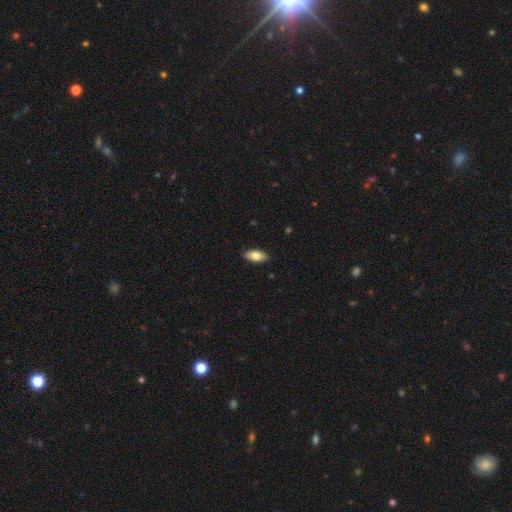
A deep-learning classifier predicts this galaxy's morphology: type=smooth (82%); roundness=in between (91%); merging=none (89%).